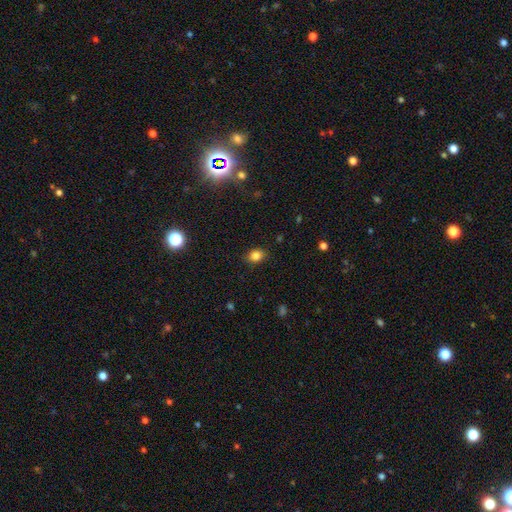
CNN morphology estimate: type=smooth (83%); roundness=in between (61%); merging=none (85%).